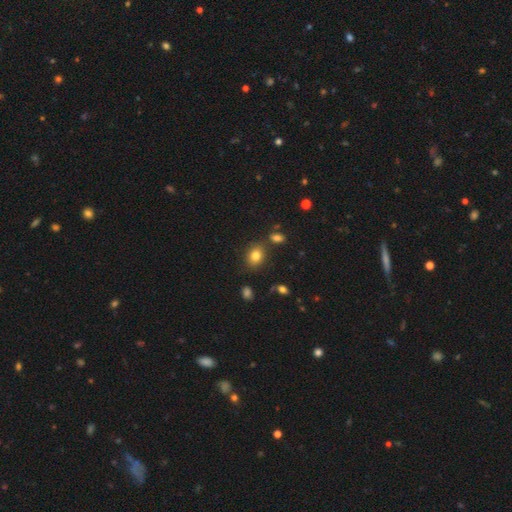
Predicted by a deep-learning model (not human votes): Smooth or featured? Predicted: smooth (p=0.81). How rounded? Predicted: in between (p=0.60). Merging? Predicted: none (p=0.79).